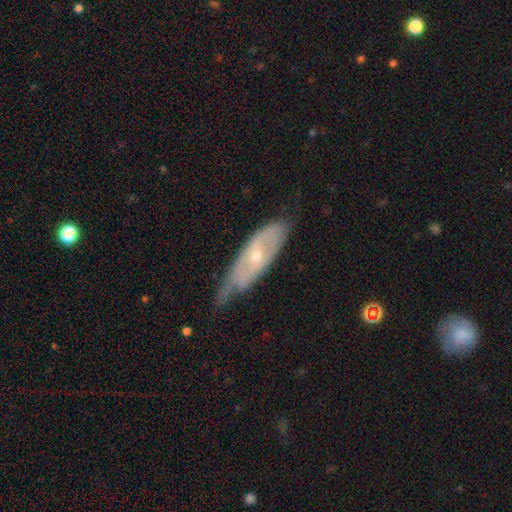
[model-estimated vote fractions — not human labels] featured or disk 59%, smooth 35%, star or artifact 6%. Down the decision tree: edge-on disk — no (71%); merging — none (43%).